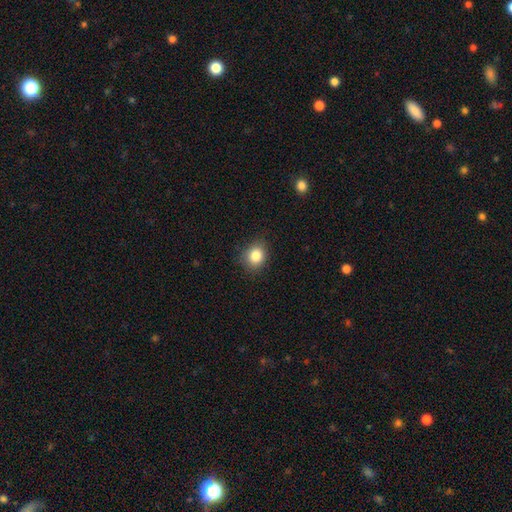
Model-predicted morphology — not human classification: type=smooth (84%); roundness=round (67%); merging=none (84%).